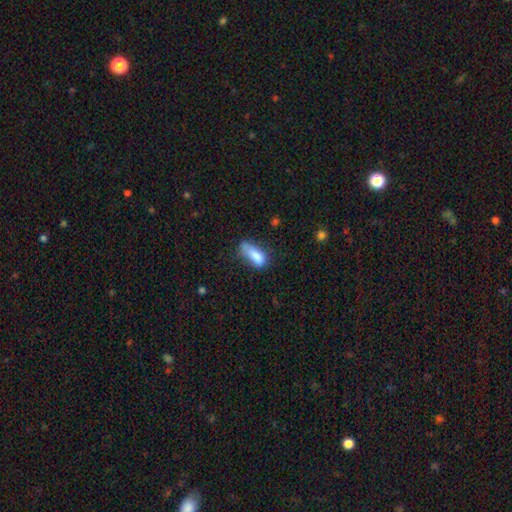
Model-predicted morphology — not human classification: A smooth galaxy with no disk features (79%) that is in between round and cigar-shaped (73%). Merging: none (37%).